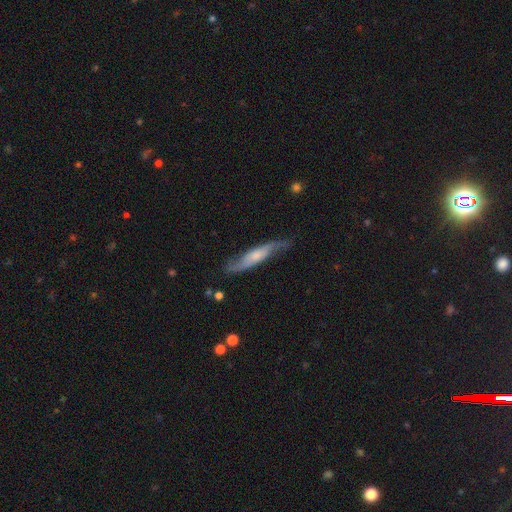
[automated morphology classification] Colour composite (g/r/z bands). It shows a featured or disk galaxy (66%). Merging: none (72%).